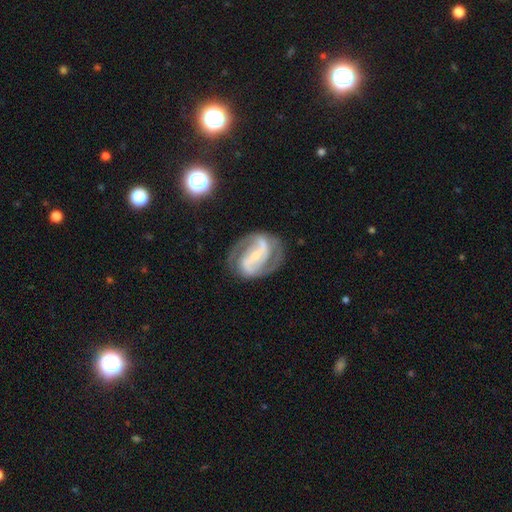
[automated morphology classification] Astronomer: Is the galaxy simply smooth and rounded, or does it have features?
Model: featured or disk — 88%.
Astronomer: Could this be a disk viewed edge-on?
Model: no — 97%.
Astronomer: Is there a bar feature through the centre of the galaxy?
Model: strong — 61%.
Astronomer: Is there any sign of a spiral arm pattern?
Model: yes — 95%.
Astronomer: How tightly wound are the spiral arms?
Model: medium — 50% (runner-up: tight, 33%).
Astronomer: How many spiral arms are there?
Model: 2 — 88%.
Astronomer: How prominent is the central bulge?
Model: small — 68%.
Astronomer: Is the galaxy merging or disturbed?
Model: none — 74%.